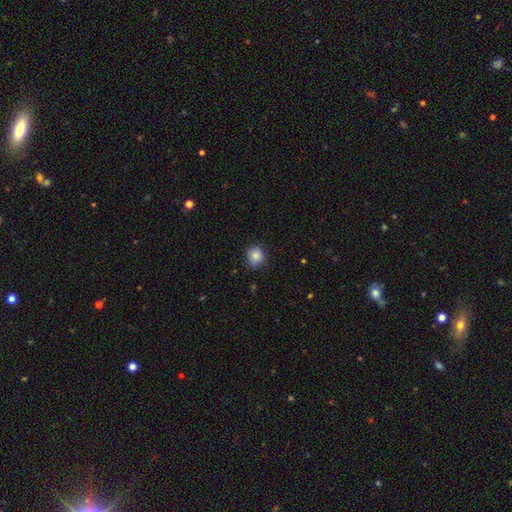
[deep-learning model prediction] smooth_or_featured: smooth (p=0.85) [alt: star or artifact p=0.10]
how_rounded: round (p=0.84) [alt: in between p=0.15]
merging: none (p=0.82) [alt: minor disturbance p=0.14]